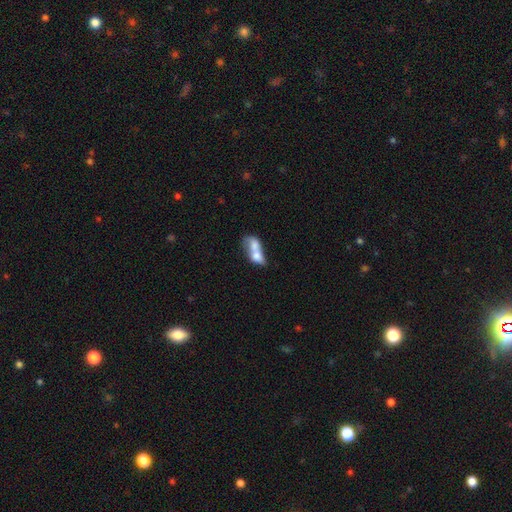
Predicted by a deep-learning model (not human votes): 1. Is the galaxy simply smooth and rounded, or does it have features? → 63% smooth, 29% featured or disk, 8% star or artifact.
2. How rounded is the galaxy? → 73% in between, 16% round, 11% cigar-shaped.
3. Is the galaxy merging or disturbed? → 75% merger, 11% none, 8% major disturbance, 6% minor disturbance.